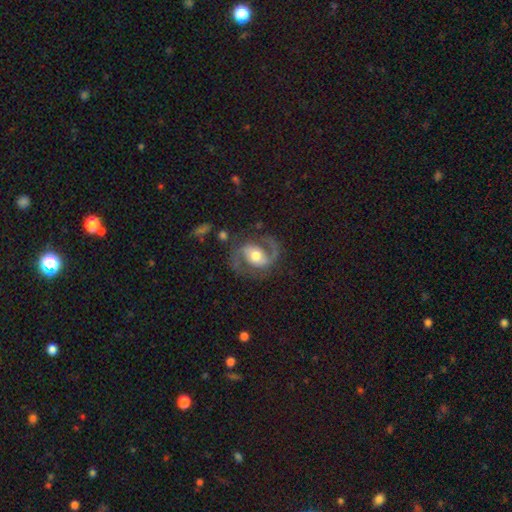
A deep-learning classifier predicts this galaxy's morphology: A featured or disk galaxy (88%) with a weak bar (39%, tied with no), 2 (92%) medium (60%) spiral arms (96%) and a moderate central bulge (69%). Merging: none (77%).